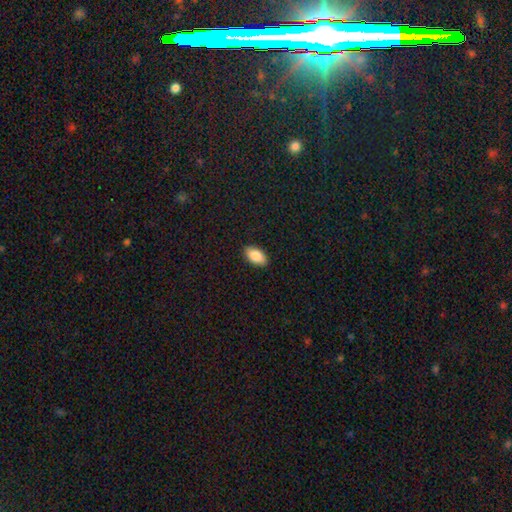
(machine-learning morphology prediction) This appears to be a smooth galaxy with no disk features (87%) that is in between round and cigar-shaped (95%). Merging: none (90%).